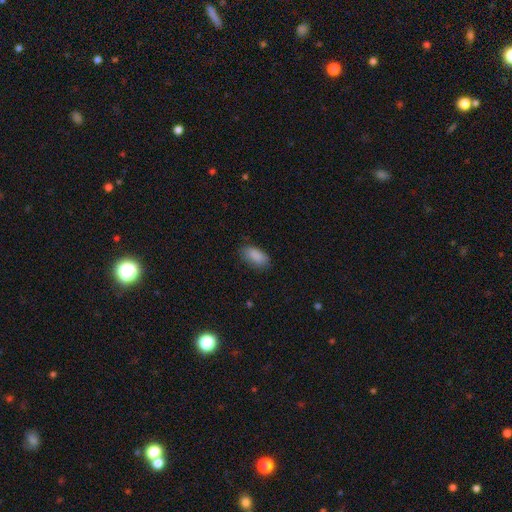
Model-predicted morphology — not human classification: smooth_or_featured: smooth (p=0.89) [alt: star or artifact p=0.07]
how_rounded: in between (p=0.91) [alt: cigar-shaped p=0.06]
merging: none (p=0.81) [alt: minor disturbance p=0.15]